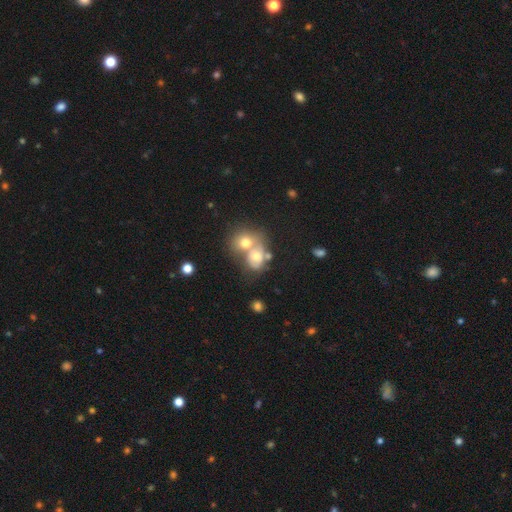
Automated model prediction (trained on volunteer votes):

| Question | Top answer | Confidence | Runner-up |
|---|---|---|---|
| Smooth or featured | smooth | 59% | featured or disk (28%) |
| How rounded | round | 58% | in between (41%) |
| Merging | merger | 69% | none (20%) |